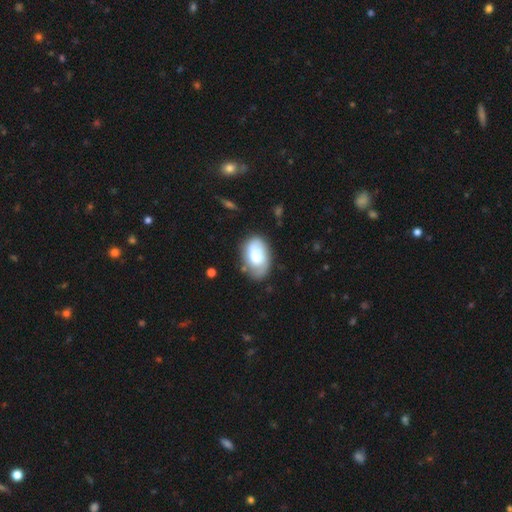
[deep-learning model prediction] A smooth galaxy with no disk features (52%) that is in between round and cigar-shaped (87%). Merging: none (70%).